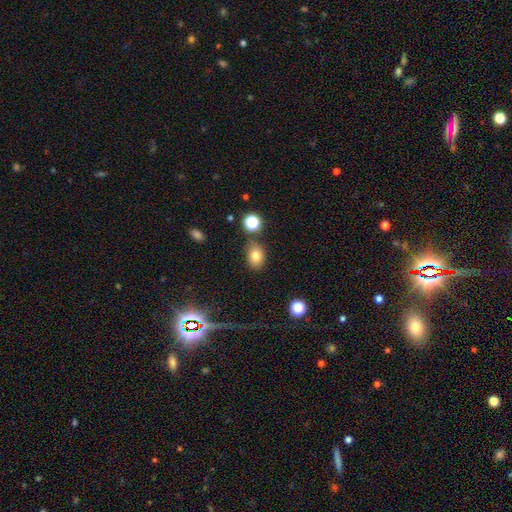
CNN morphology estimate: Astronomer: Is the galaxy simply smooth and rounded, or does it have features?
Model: smooth — 79%.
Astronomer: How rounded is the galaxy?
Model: in between — 70%.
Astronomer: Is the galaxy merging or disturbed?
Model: none — 77%.